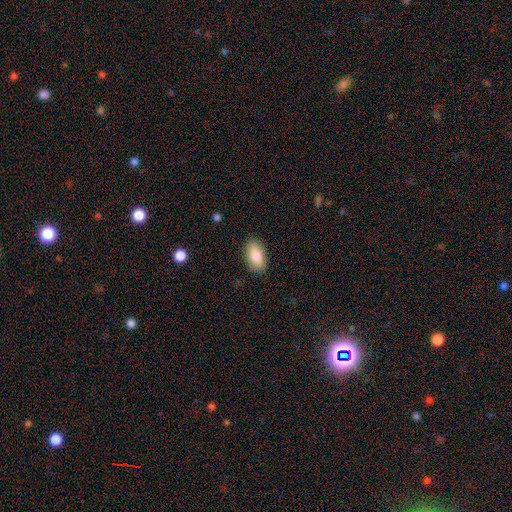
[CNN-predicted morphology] The model was most divided on "smooth or featured": smooth: 81%, featured or disk: 12%, star or artifact: 7%. More confident: how rounded — in between (92%); merging — none (86%).